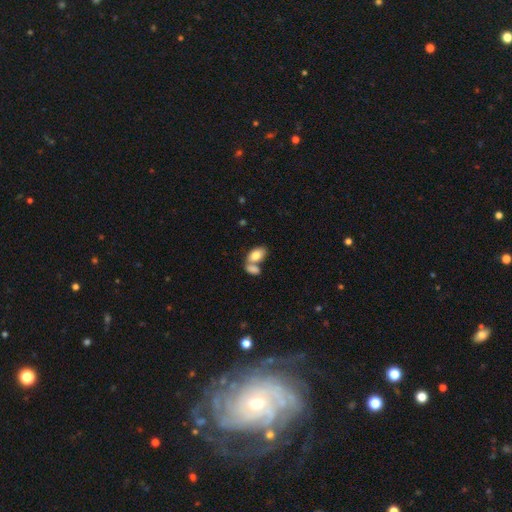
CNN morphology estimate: Q: Smooth or featured?
A: smooth (82%); runner-up: featured or disk (11%)
Q: How rounded?
A: in between (92%); runner-up: round (7%)
Q: Merging?
A: merger (52%); runner-up: none (34%)